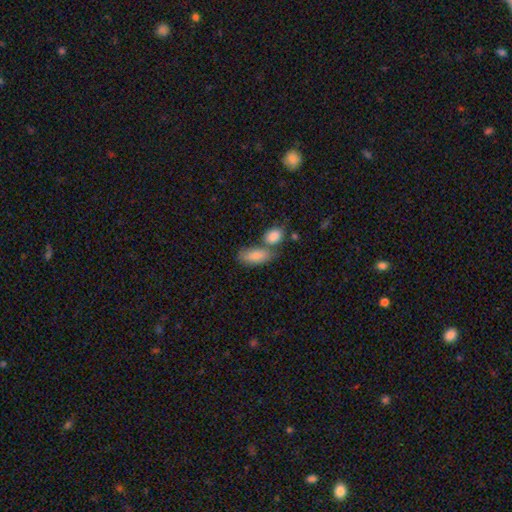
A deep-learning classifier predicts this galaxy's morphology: Overall: smooth (86%). How rounded: in between (85%). Merging: none (48%; merger 35%).